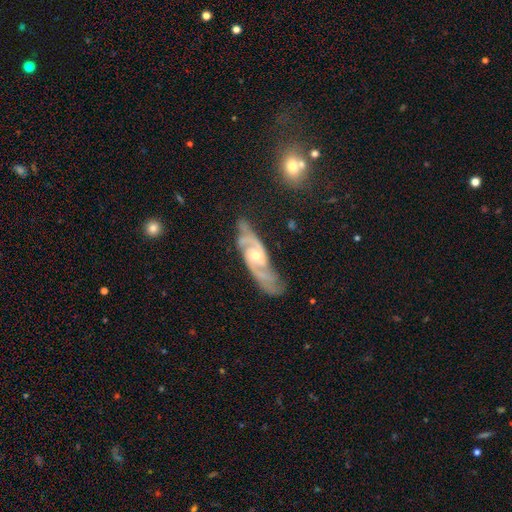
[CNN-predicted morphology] Overall: featured or disk (91%). Edge-on disk: no (92%). Bar: no (52%; weak 37%). Spiral arms: yes (98%). Spiral arm count: 2 (85%). Spiral winding: medium (53%; tight 33%). Bulge size: moderate (48%; small 47%). Merging: none (68%).